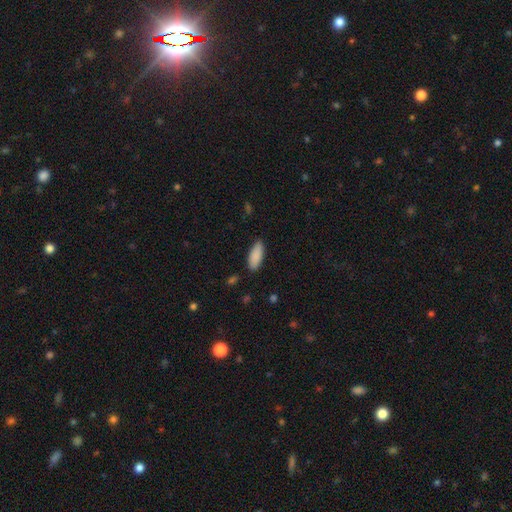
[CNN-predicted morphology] smooth-or-featured: smooth: 89% | star or artifact: 6% | featured or disk: 5%
  how-rounded: in between: 76% | cigar-shaped: 22% | round: 2%
  merging: none: 86% | minor disturbance: 10% | major disturbance: 2% | merger: 1%